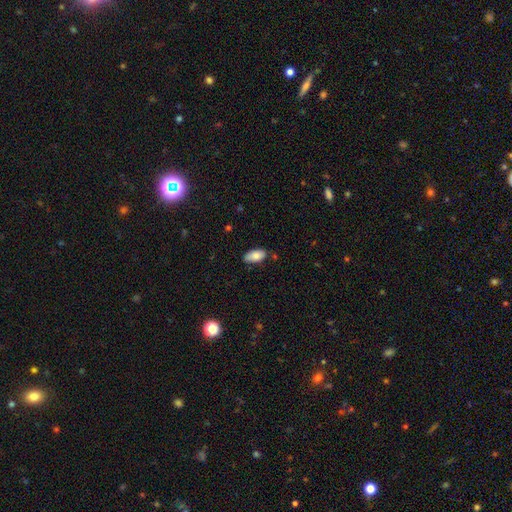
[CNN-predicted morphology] Q: Smooth or featured?
A: smooth (82%); runner-up: featured or disk (11%)
Q: How rounded?
A: in between (92%); runner-up: cigar-shaped (5%)
Q: Merging?
A: none (78%); runner-up: minor disturbance (17%)